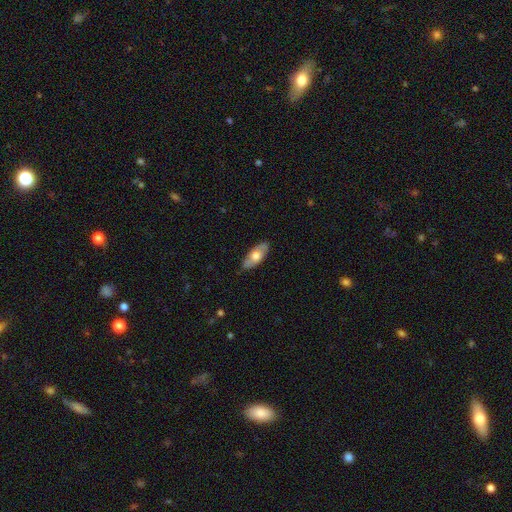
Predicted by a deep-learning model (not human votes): smooth_or_featured: smooth (p=0.57) [alt: featured or disk p=0.38]
how_rounded: in between (p=0.80) [alt: cigar-shaped p=0.17]
merging: none (p=0.85) [alt: minor disturbance p=0.12]